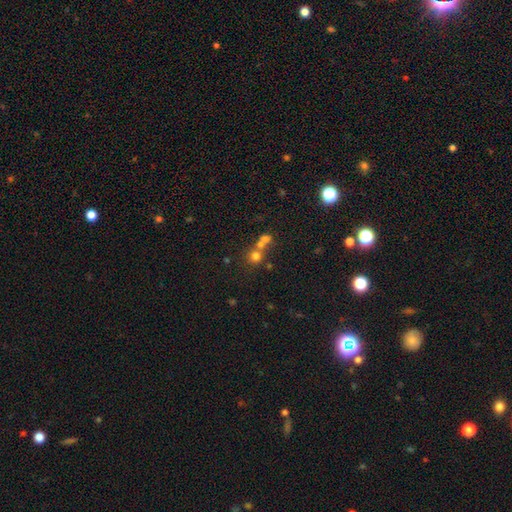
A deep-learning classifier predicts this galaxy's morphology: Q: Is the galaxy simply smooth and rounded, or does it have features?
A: smooth — 57%.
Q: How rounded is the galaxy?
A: round — 89%.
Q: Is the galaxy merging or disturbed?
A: none — 48%.